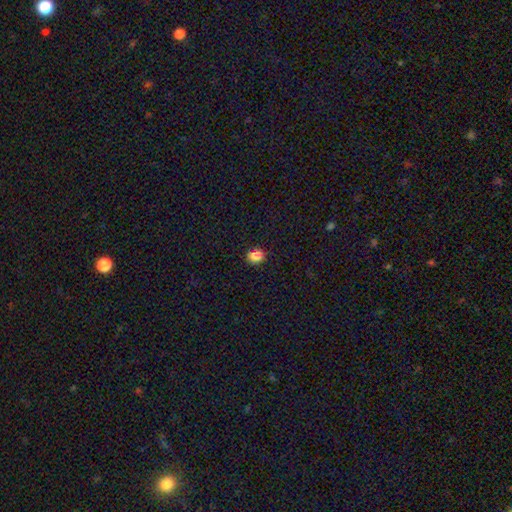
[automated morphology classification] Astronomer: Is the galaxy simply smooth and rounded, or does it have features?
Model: smooth — 84%.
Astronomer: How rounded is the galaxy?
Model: round — 61% (runner-up: in between, 38%).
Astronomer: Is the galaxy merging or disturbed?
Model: none — 80%.